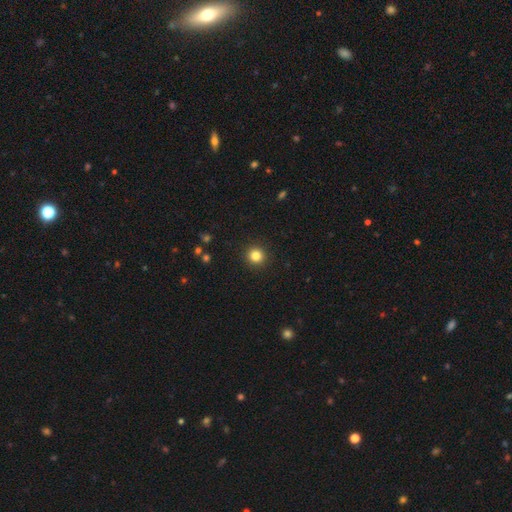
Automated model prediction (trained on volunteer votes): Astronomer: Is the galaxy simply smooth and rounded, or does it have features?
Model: smooth — 82%.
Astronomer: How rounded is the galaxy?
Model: round — 95%.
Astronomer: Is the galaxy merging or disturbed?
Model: none — 92%.